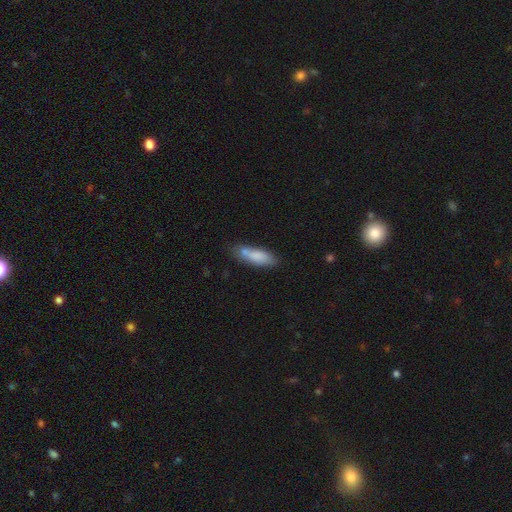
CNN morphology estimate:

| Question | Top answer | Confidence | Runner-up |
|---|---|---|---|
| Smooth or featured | smooth | 79% | featured or disk (14%) |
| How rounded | in between | 55% | cigar-shaped (43%) |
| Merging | none | 57% | minor disturbance (20%) |